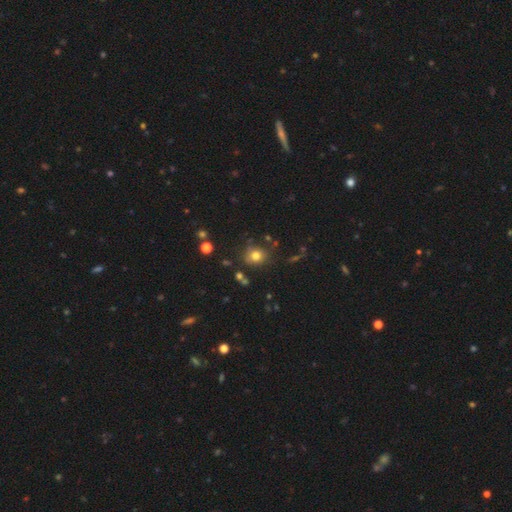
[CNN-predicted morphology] This is likely a smooth galaxy (77%). How rounded: clearly round (80%). Merging: likely none (75%).